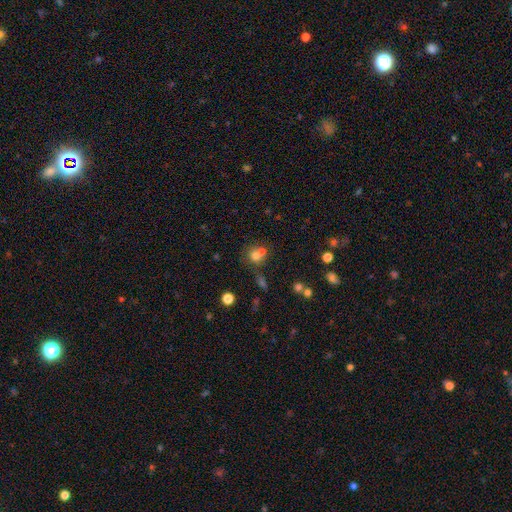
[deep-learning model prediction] smooth 68%, star or artifact 18%, featured or disk 14%. Down the decision tree: how rounded — round (82%); merging — merger (46%).